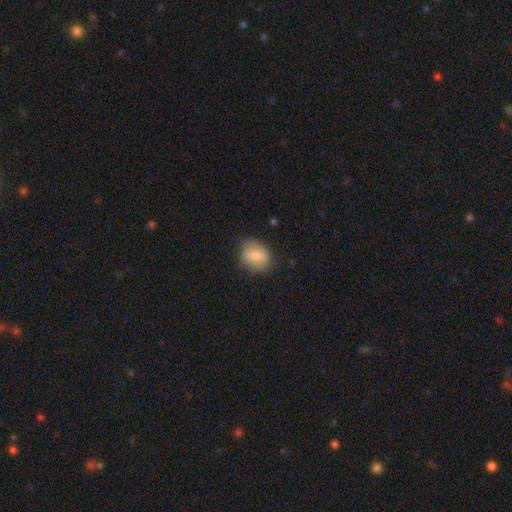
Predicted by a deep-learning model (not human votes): Smooth or featured? smooth (73%)
How rounded? round (53%)
Merging? none (73%)